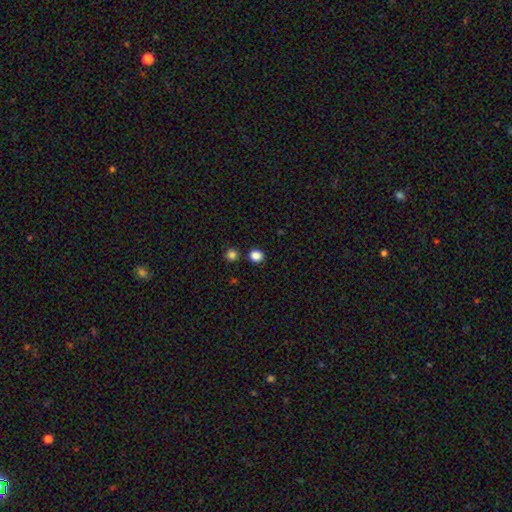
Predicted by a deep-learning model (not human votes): Smooth or featured?
  - smooth: 86% *
  - star or artifact: 12%
  - featured or disk: 3%
How rounded?
  - round: 83% *
  - in between: 16%
  - cigar-shaped: 1%
Merging?
  - none: 85% *
  - minor disturbance: 7%
  - merger: 6%
  - major disturbance: 2%